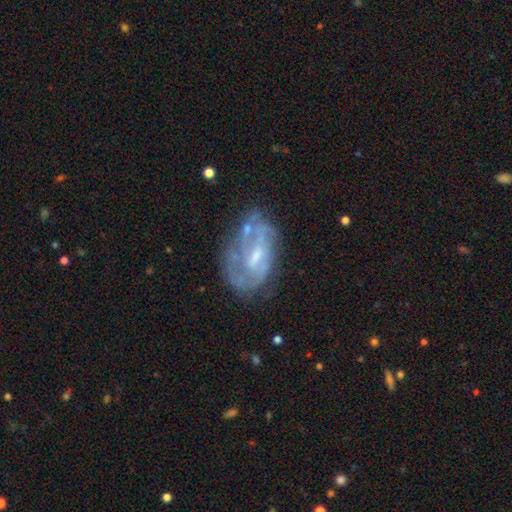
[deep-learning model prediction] Overall: featured or disk (73%). Edge-on disk: no (96%). Bar: weak (50%; no 34%). Spiral arms: yes (65%; no 35%). Bulge size: small (42%; moderate 40%). Merging: none (52%; minor disturbance 25%).